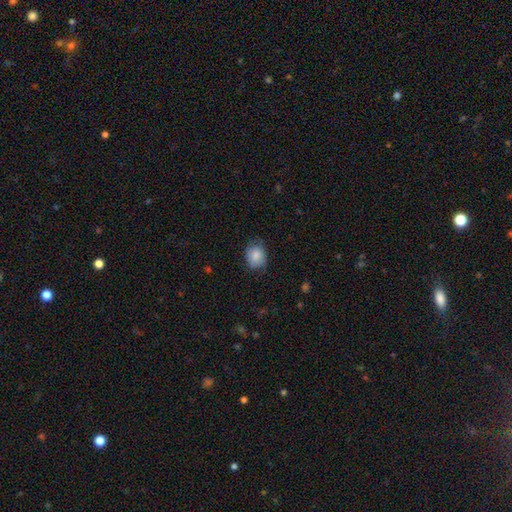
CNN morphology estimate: smooth-or-featured: smooth: 83% | featured or disk: 9% | star or artifact: 8%
  how-rounded: in between: 50% | round: 49% | cigar-shaped: 1%
  merging: none: 68% | minor disturbance: 25% | major disturbance: 6% | merger: 1%